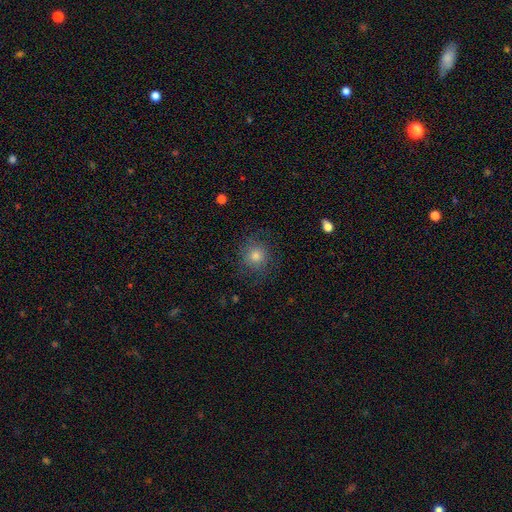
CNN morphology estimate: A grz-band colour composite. It shows a smooth galaxy with no disk features (73%) that is round (92%). Merging: none (82%).